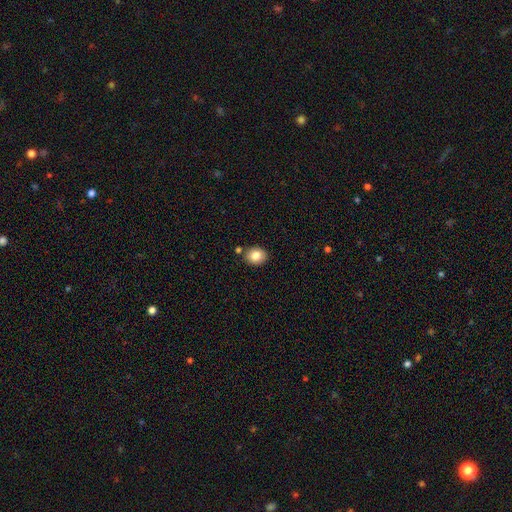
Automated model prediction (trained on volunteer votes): This is clearly a smooth galaxy (82%). How rounded: possibly round (60%). Merging: clearly none (84%).